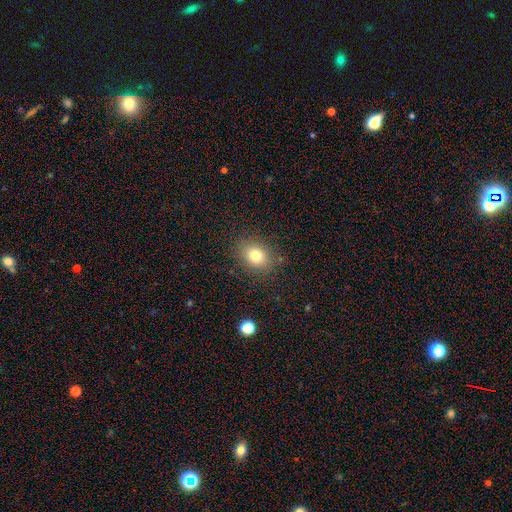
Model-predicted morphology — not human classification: smooth-or-featured: smooth: 78% | star or artifact: 12% | featured or disk: 10%
  how-rounded: in between: 56% | round: 43% | cigar-shaped: 1%
  merging: none: 85% | minor disturbance: 10% | major disturbance: 4% | merger: 1%